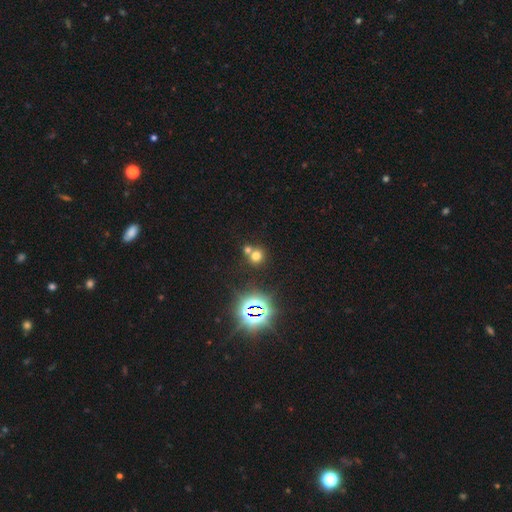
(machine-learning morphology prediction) A smooth galaxy with no disk features (62%) that is round (85%). Merging: none (50%).